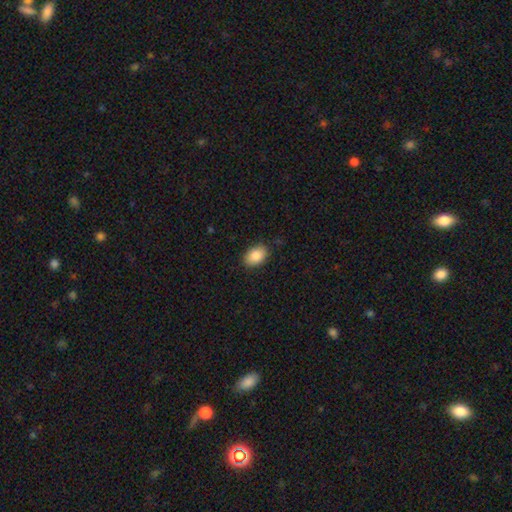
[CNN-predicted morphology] type=smooth (87%); roundness=in between (86%); merging=none (87%).